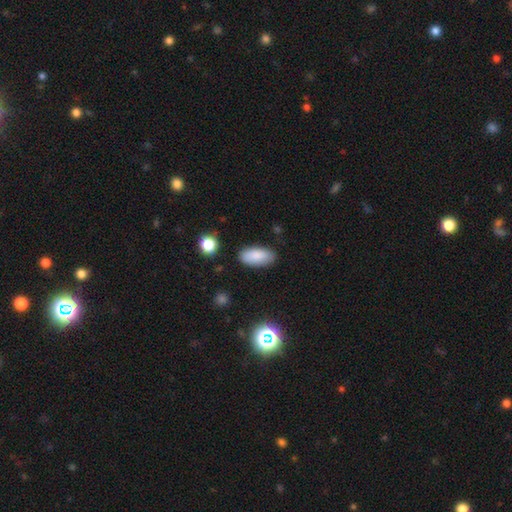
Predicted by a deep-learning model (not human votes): This is clearly a smooth galaxy (87%). How rounded: clearly in between (90%). Merging: clearly none (85%).